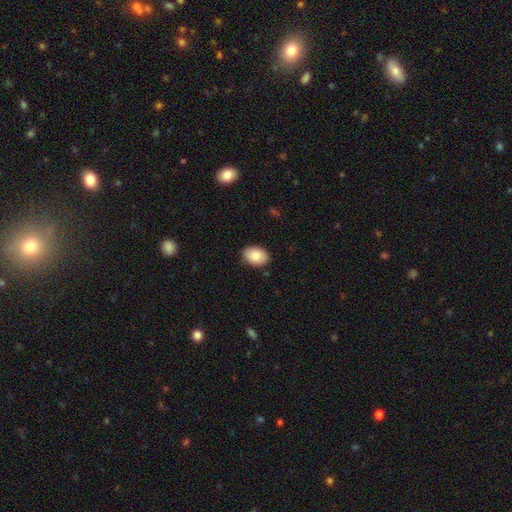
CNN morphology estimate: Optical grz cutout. It shows a smooth galaxy with no disk features (85%) that is in between round and cigar-shaped (79%). Merging: none (87%).